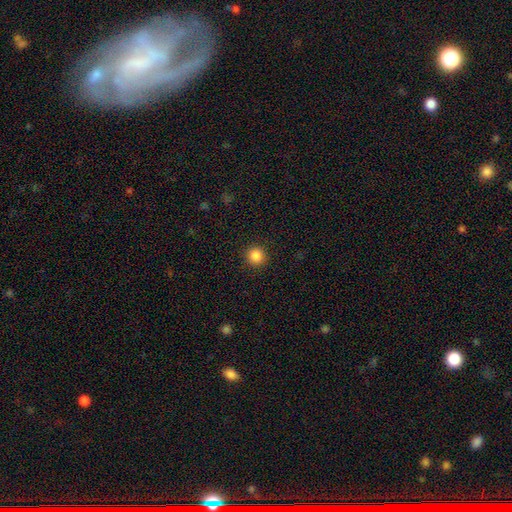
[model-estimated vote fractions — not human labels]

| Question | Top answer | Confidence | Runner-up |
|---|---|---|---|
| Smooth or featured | smooth | 86% | star or artifact (10%) |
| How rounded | round | 95% | in between (4%) |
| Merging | none | 92% | minor disturbance (5%) |